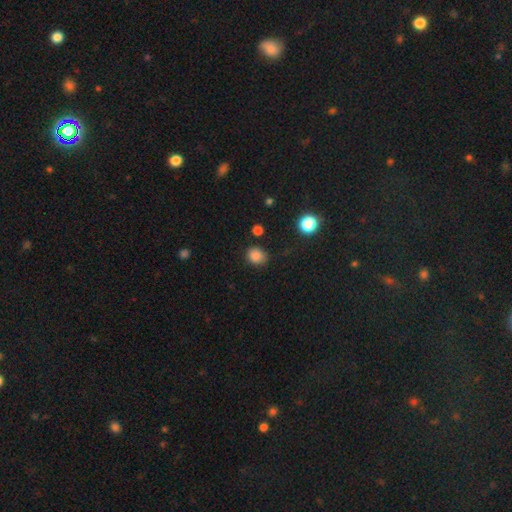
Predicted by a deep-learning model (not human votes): Q: Smooth or featured?
A: smooth (83%); runner-up: star or artifact (12%)
Q: How rounded?
A: round (61%); runner-up: in between (39%)
Q: Merging?
A: none (79%); runner-up: minor disturbance (14%)